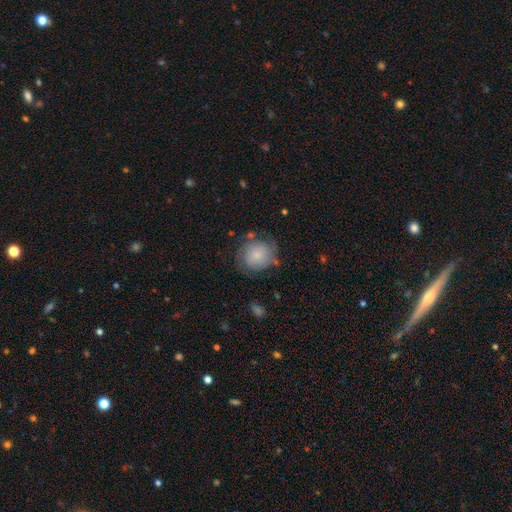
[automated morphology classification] The model was most divided on "merging": none: 62%, minor disturbance: 25%, major disturbance: 10%, merger: 4%. More confident: how rounded — round (77%); smooth or featured — smooth (75%).